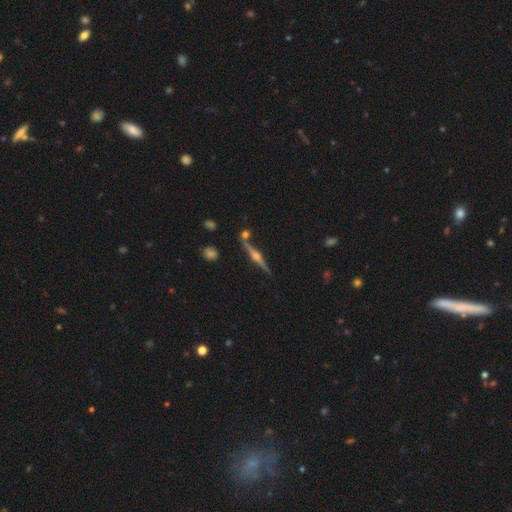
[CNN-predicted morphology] featured or disk 83%, smooth 10%, star or artifact 7%. Down the decision tree: edge-on disk — yes (98%); edge-on bulge — rounded (91%); merging — none (80%).